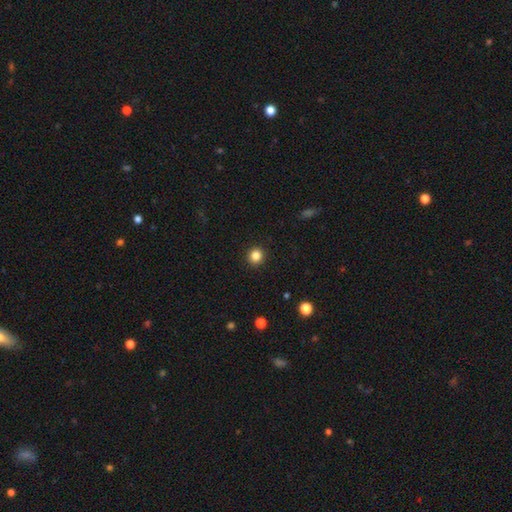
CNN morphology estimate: Smooth or featured? Predicted: smooth (p=0.85). How rounded? Predicted: round (p=0.92). Merging? Predicted: none (p=0.93).